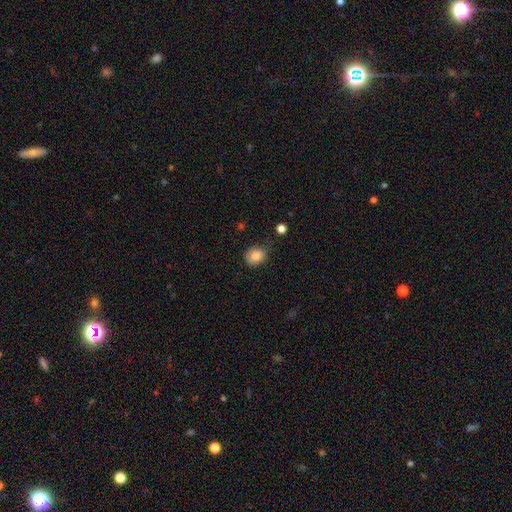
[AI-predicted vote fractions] Smooth or featured? smooth (84%)
How rounded? round (57%)
Merging? none (74%)